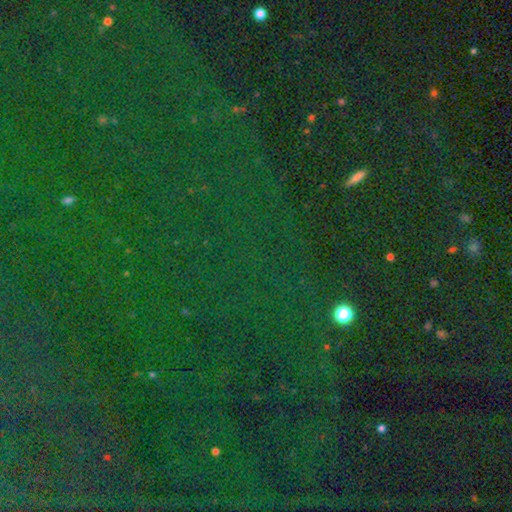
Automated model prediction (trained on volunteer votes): Smooth or featured? star or artifact (80%)